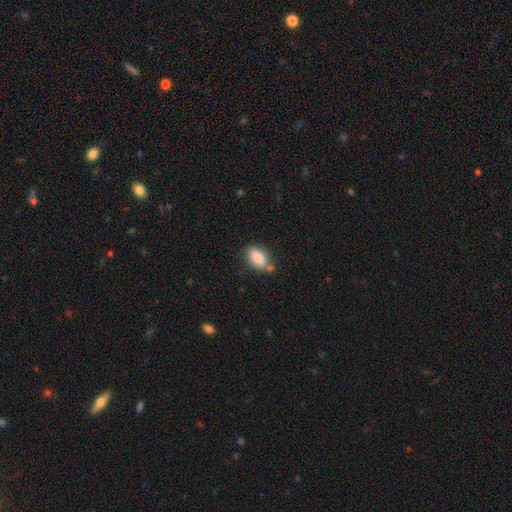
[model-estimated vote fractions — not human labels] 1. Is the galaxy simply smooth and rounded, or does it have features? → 85% smooth, 8% star or artifact, 7% featured or disk.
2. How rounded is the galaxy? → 88% in between, 6% cigar-shaped, 6% round.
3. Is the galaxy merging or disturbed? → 68% none, 19% minor disturbance, 9% merger, 4% major disturbance.